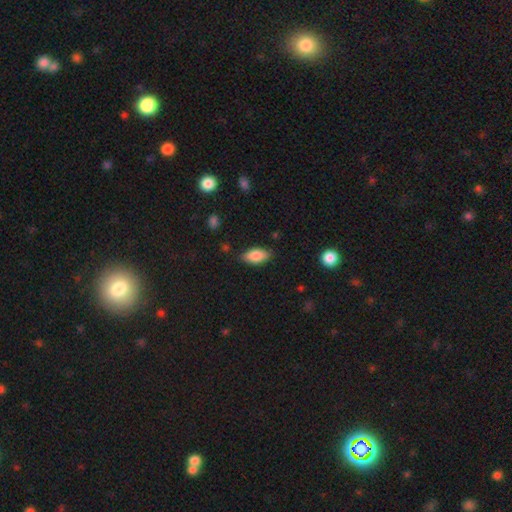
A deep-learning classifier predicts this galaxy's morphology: Smooth or featured? Predicted: smooth (p=0.82). How rounded? Predicted: in between (p=0.87). Merging? Predicted: none (p=0.82).